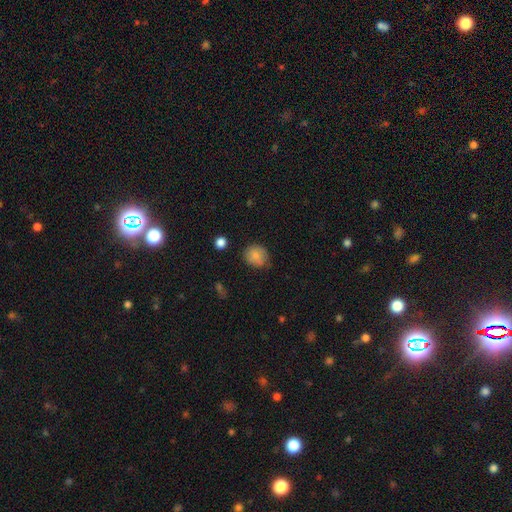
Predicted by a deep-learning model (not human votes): smooth-or-featured: smooth: 83% | star or artifact: 9% | featured or disk: 8%
  how-rounded: round: 79% | in between: 20% | cigar-shaped: 1%
  merging: none: 70% | minor disturbance: 23% | major disturbance: 5% | merger: 2%